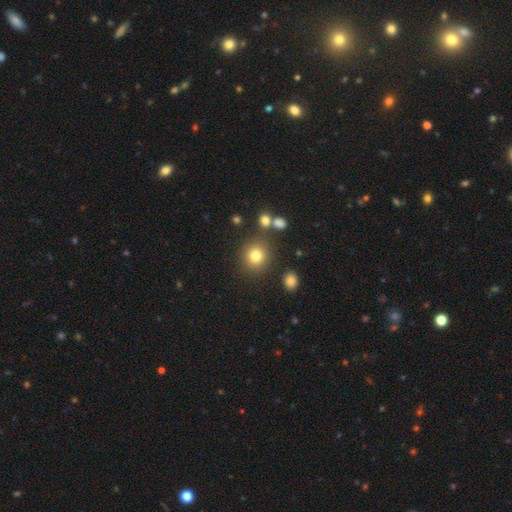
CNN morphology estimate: This is likely a smooth galaxy (80%). How rounded: clearly round (87%). Merging: clearly none (82%).